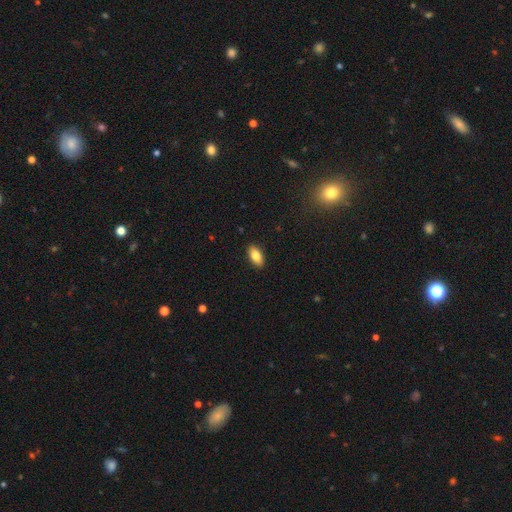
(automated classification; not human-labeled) A smooth galaxy with no disk features (82%) that is in between round and cigar-shaped (90%).

Vote fractions:
- Smooth or featured? smooth: 82% / featured or disk: 11% / star or artifact: 7%
- How rounded? in between: 90% / cigar-shaped: 6% / round: 3%
- Merging? none: 90% / minor disturbance: 7% / major disturbance: 2% / merger: 1%